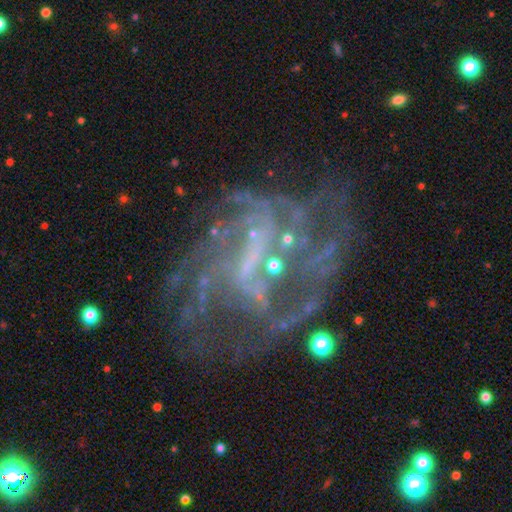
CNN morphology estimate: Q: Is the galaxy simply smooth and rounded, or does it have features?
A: featured or disk — 80%.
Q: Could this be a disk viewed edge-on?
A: no — 97%.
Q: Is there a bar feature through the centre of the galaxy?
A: weak — 44%.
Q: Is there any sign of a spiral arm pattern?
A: yes — 80%.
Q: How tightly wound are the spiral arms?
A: medium — 41%.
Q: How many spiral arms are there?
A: can't tell — 43%.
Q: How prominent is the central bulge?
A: none — 47%.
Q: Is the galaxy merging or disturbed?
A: none — 53%.